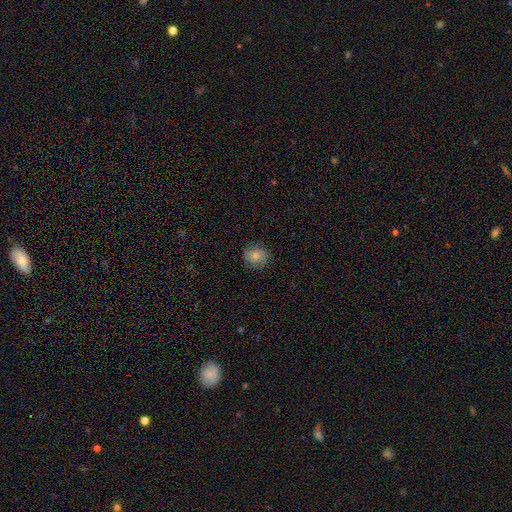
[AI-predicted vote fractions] smooth_or_featured: smooth (p=0.73) [alt: featured or disk p=0.18]
how_rounded: round (p=0.78) [alt: in between p=0.21]
merging: none (p=0.79) [alt: minor disturbance p=0.16]